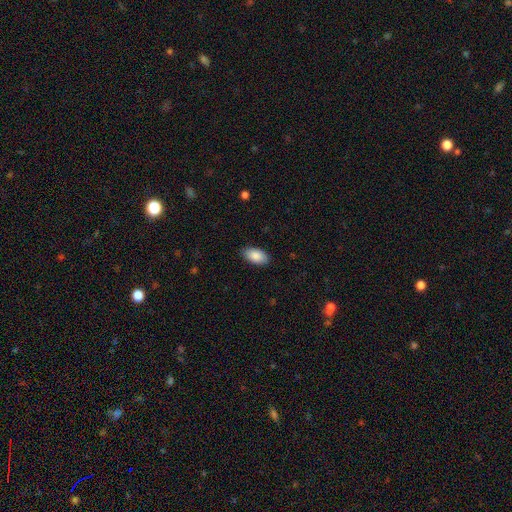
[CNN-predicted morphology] smooth_or_featured: smooth (p=0.89) [alt: star or artifact p=0.06]
how_rounded: in between (p=0.95) [alt: round p=0.03]
merging: none (p=0.88) [alt: minor disturbance p=0.09]